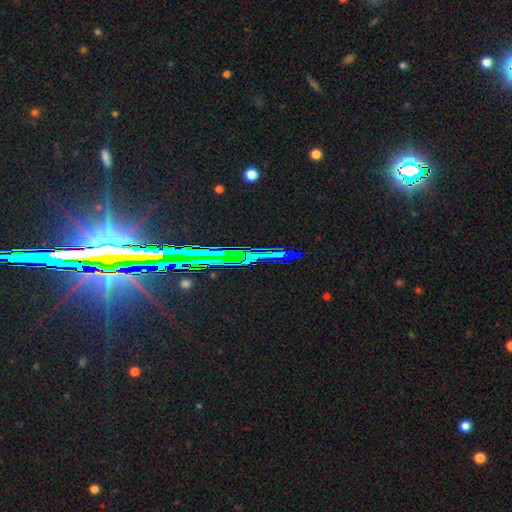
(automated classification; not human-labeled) This appears to be a star or artifact, not a galaxy (81%).